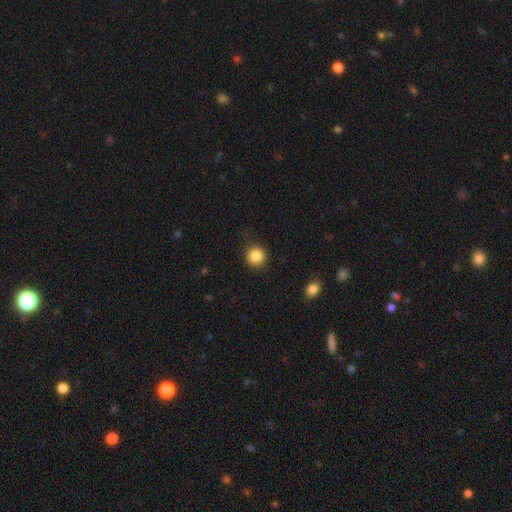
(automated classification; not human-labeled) smooth-or-featured: smooth: 85% | star or artifact: 10% | featured or disk: 5%
  how-rounded: round: 92% | in between: 7% | cigar-shaped: 1%
  merging: none: 85% | minor disturbance: 11% | major disturbance: 3% | merger: 1%